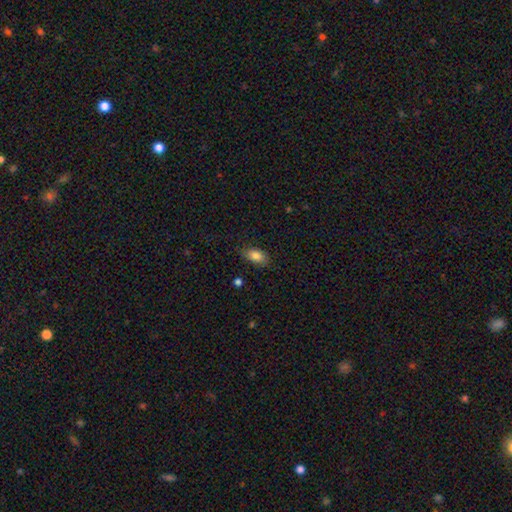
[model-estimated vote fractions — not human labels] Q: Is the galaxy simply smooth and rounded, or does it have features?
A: smooth — 84%.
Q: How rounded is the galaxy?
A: in between — 90%.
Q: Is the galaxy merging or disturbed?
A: none — 78%.